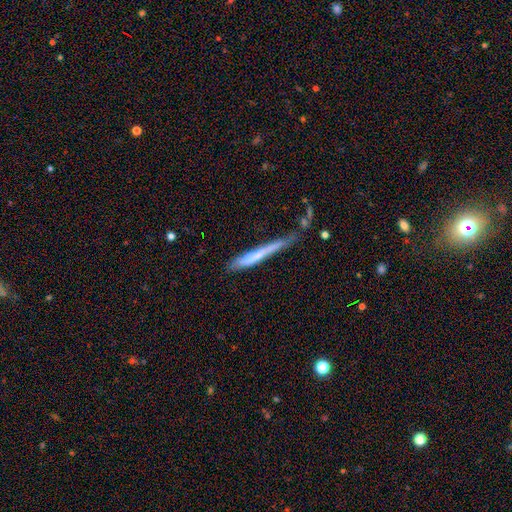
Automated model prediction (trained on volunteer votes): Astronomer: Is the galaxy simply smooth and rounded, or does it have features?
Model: smooth — 51% (runner-up: featured or disk, 42%).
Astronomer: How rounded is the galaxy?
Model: cigar-shaped — 96%.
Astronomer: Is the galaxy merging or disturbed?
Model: none — 51% (runner-up: minor disturbance, 29%).